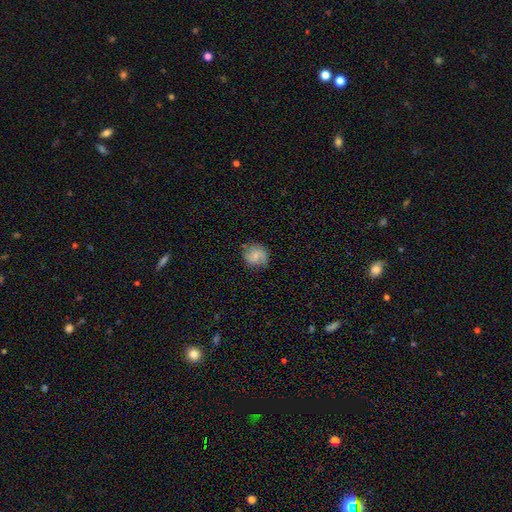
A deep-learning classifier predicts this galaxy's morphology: Q: Smooth or featured?
A: smooth (67%); runner-up: featured or disk (25%)
Q: How rounded?
A: round (83%); runner-up: in between (16%)
Q: Merging?
A: none (74%); runner-up: minor disturbance (20%)